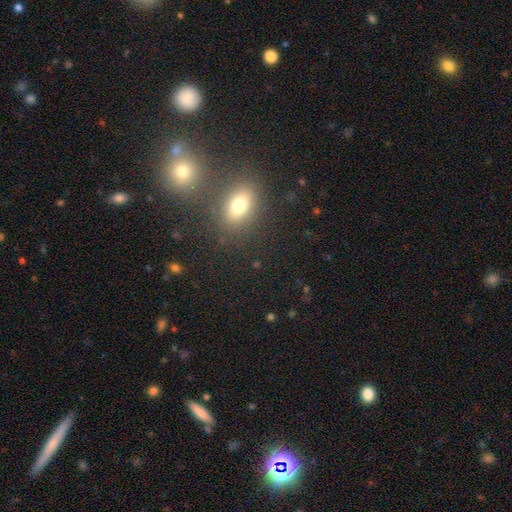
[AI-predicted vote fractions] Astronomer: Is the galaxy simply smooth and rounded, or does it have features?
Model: smooth — 56% (runner-up: star or artifact, 33%).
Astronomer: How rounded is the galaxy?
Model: in between — 52% (runner-up: round, 44%).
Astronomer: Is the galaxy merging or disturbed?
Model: none — 72%.